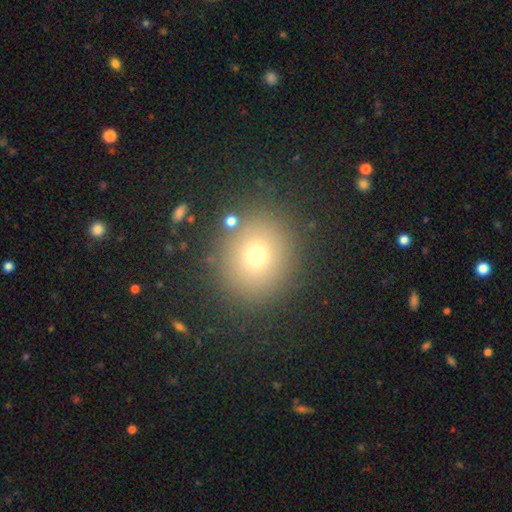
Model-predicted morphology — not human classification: Smooth or featured: smooth — 70% (star or artifact — 19%)
How rounded: round — 84% (in between — 15%)
Merging: none — 86% (minor disturbance — 7%)